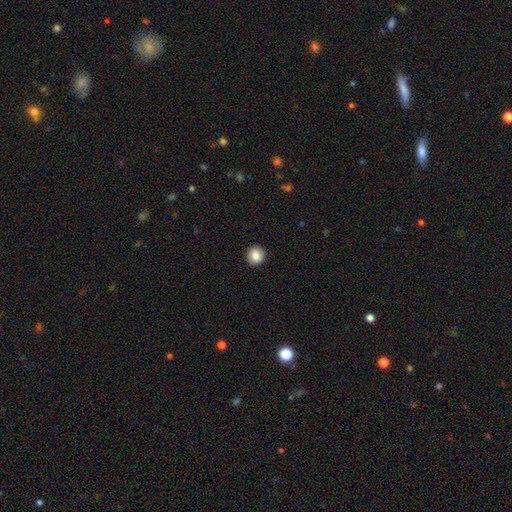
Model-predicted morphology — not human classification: Overall: smooth (82%). How rounded: round (85%). Merging: none (90%).